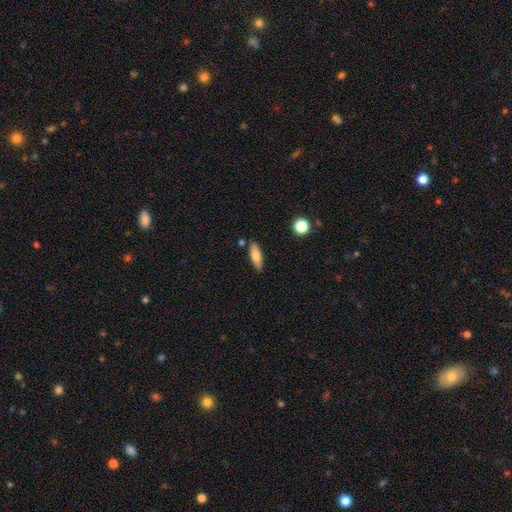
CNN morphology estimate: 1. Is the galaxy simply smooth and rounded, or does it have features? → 70% smooth, 23% featured or disk, 7% star or artifact.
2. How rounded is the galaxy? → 53% in between, 44% cigar-shaped, 3% round.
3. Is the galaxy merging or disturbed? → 84% none, 10% minor disturbance, 4% merger, 2% major disturbance.